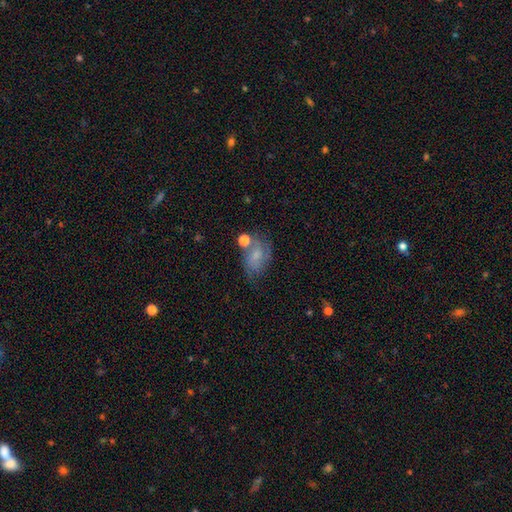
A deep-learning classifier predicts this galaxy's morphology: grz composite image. It shows a smooth galaxy with no disk features (53%) that is in between round and cigar-shaped (74%). Merging: none (47%).